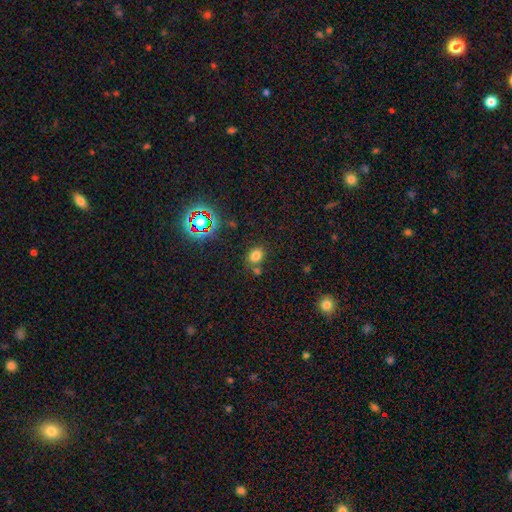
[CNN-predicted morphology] smooth-or-featured: smooth: 75% | star or artifact: 18% | featured or disk: 6%
  how-rounded: round: 55% | in between: 44% | cigar-shaped: 1%
  merging: none: 70% | merger: 14% | minor disturbance: 12% | major disturbance: 4%